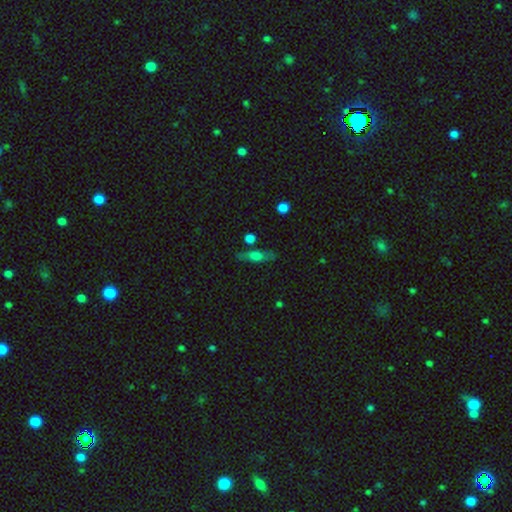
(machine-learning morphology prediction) smooth-or-featured: smooth: 55% | featured or disk: 37% | star or artifact: 8%
  how-rounded: cigar-shaped: 51% | in between: 44% | round: 6%
  merging: none: 73% | minor disturbance: 16% | merger: 6% | major disturbance: 5%